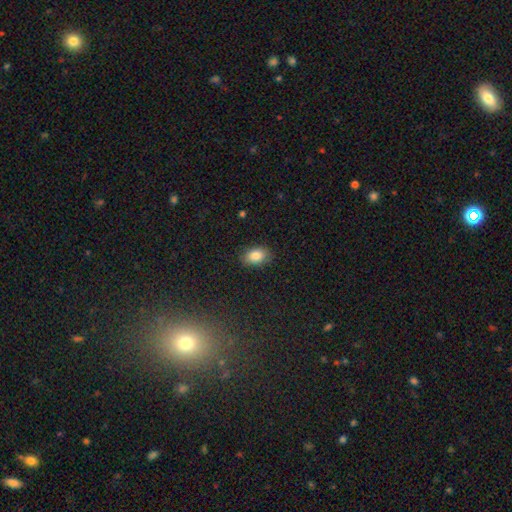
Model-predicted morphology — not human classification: Smooth or featured?
  - smooth: 85% *
  - star or artifact: 8%
  - featured or disk: 7%
How rounded?
  - in between: 86% *
  - round: 13%
  - cigar-shaped: 1%
Merging?
  - none: 85% *
  - minor disturbance: 11%
  - major disturbance: 3%
  - merger: 1%